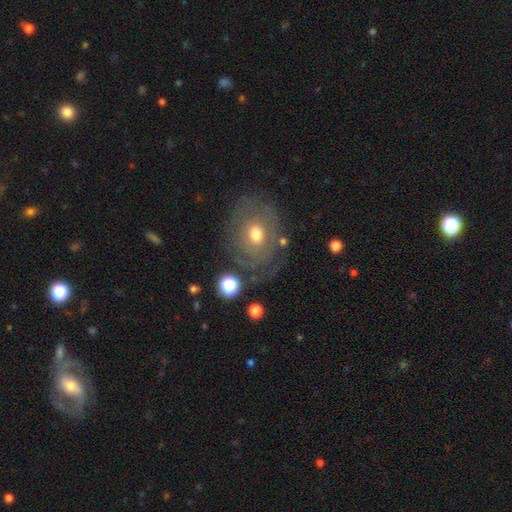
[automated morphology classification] Smooth or featured? featured or disk (55%)
Edge-on disk? no (95%)
Bar? no (81%)
Spiral arms? yes (57%)
Bulge size? moderate (63%)
Merging? none (73%)